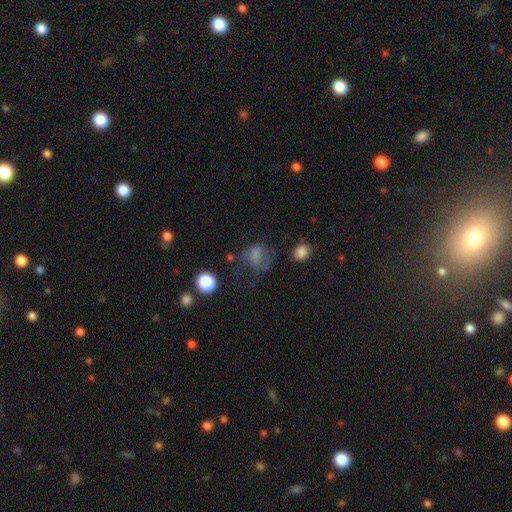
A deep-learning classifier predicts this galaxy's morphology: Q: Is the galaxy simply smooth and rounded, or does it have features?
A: smooth — 60%.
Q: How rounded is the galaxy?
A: in between — 50%.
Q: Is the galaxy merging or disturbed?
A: major disturbance — 41%.